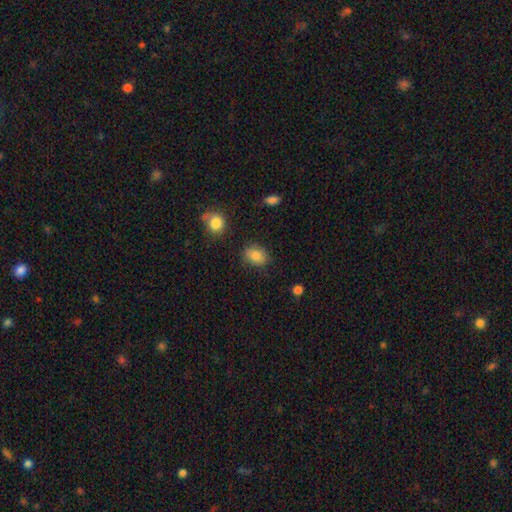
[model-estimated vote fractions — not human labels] Smooth or featured: smooth — 83% (star or artifact — 10%)
How rounded: in between — 55% (round — 44%)
Merging: none — 80% (minor disturbance — 15%)